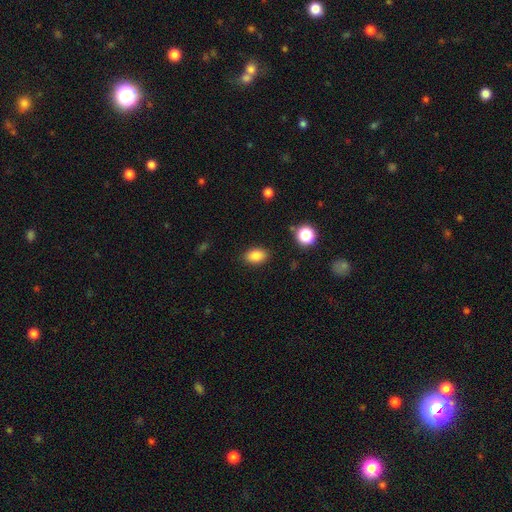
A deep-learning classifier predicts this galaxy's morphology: Smooth or featured?
  - smooth: 85% *
  - star or artifact: 10%
  - featured or disk: 5%
How rounded?
  - in between: 84% *
  - round: 14%
  - cigar-shaped: 1%
Merging?
  - none: 87% *
  - minor disturbance: 9%
  - major disturbance: 3%
  - merger: 1%